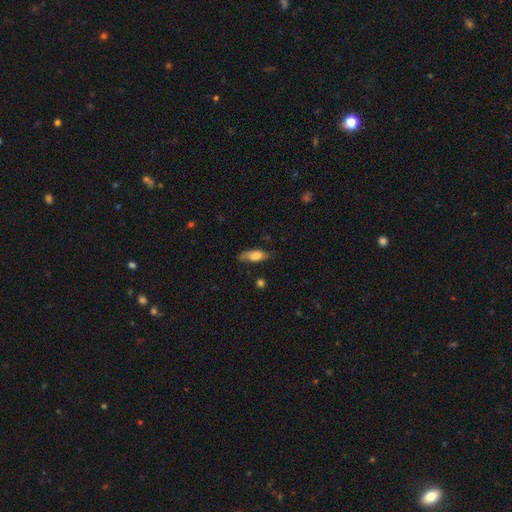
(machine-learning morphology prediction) smooth-or-featured: smooth: 72% | featured or disk: 21% | star or artifact: 7%
  how-rounded: in between: 72% | cigar-shaped: 25% | round: 3%
  merging: none: 65% | minor disturbance: 27% | major disturbance: 7% | merger: 2%